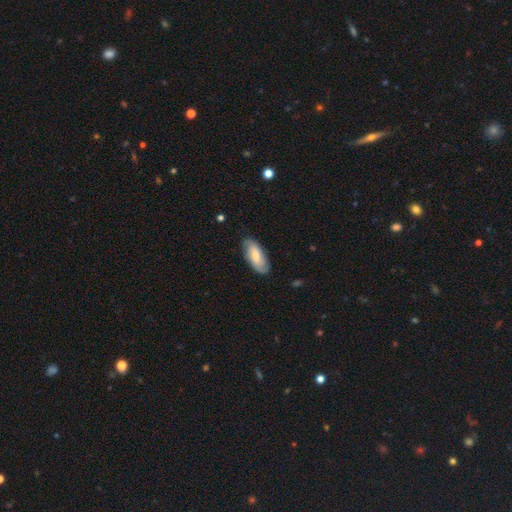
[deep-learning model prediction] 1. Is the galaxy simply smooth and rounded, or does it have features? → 60% smooth, 34% featured or disk, 6% star or artifact.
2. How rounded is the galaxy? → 83% in between, 14% cigar-shaped, 2% round.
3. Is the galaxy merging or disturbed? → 81% none, 15% minor disturbance, 3% major disturbance, 1% merger.